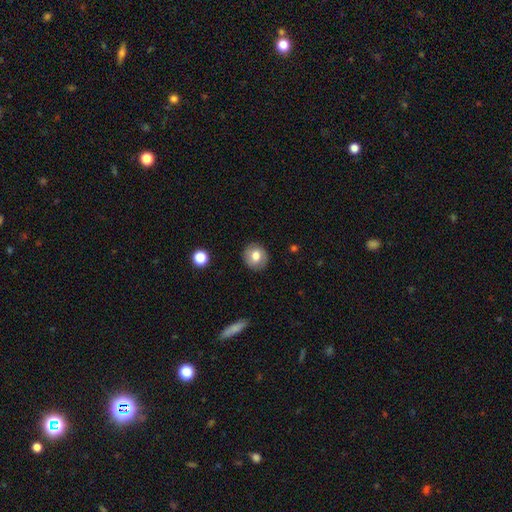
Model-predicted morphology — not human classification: Smooth or featured? Predicted: smooth (p=0.74). How rounded? Predicted: round (p=0.85). Merging? Predicted: none (p=0.87).